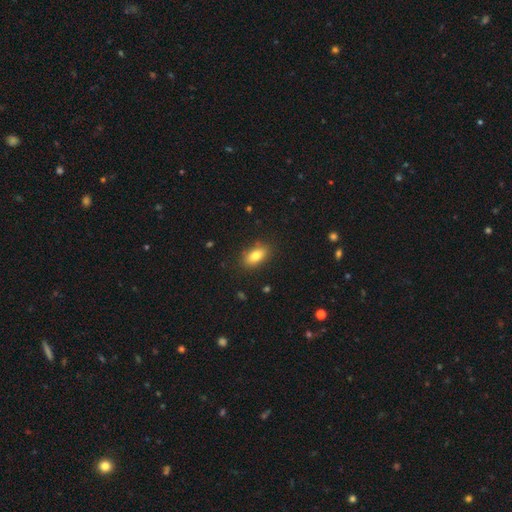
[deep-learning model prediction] Smooth or featured? Predicted: smooth (p=0.81). How rounded? Predicted: in between (p=0.87). Merging? Predicted: none (p=0.85).